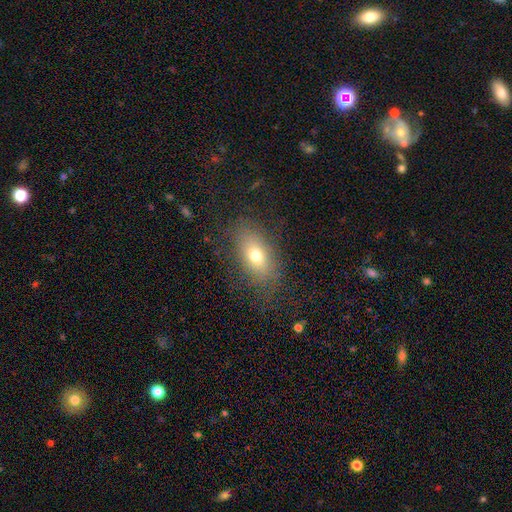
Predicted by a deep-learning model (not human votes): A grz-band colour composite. It shows a smooth galaxy with no disk features (70%) that is in between round and cigar-shaped (83%). Merging: none (77%).